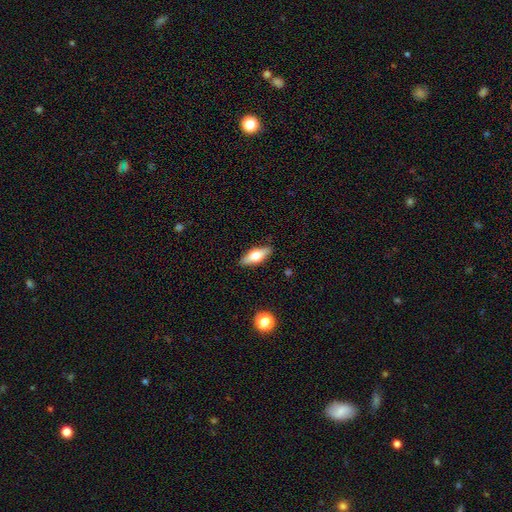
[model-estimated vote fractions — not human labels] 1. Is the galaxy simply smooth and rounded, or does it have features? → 57% smooth, 36% featured or disk, 7% star or artifact.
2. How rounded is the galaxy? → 67% in between, 29% cigar-shaped, 3% round.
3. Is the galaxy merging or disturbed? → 87% none, 10% minor disturbance, 2% major disturbance, 1% merger.